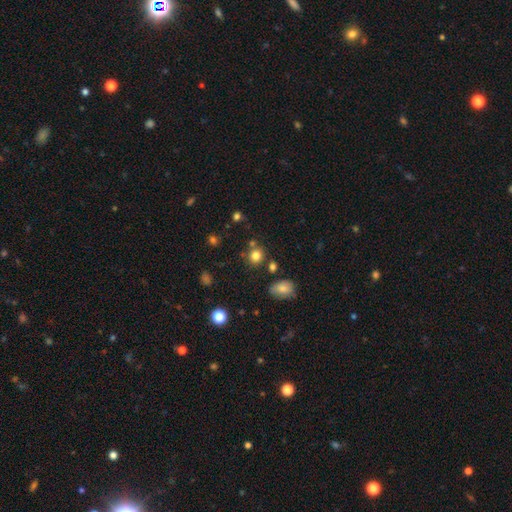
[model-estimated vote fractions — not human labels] Smooth or featured?
  - smooth: 81% *
  - star or artifact: 13%
  - featured or disk: 6%
How rounded?
  - round: 84% *
  - in between: 15%
  - cigar-shaped: 1%
Merging?
  - none: 76% *
  - merger: 11%
  - minor disturbance: 10%
  - major disturbance: 3%